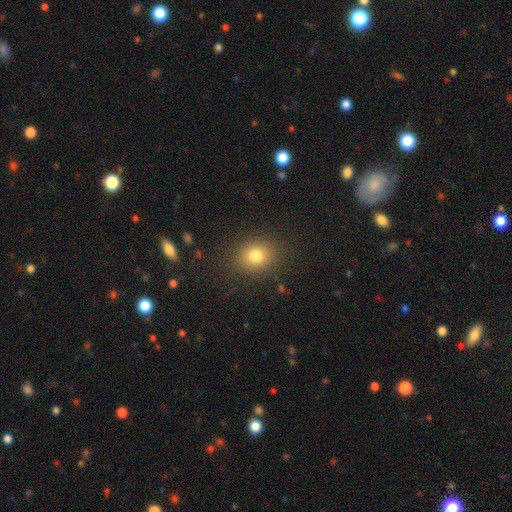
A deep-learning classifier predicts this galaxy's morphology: This is likely a smooth galaxy (79%). How rounded: likely round (62%). Merging: clearly none (86%).